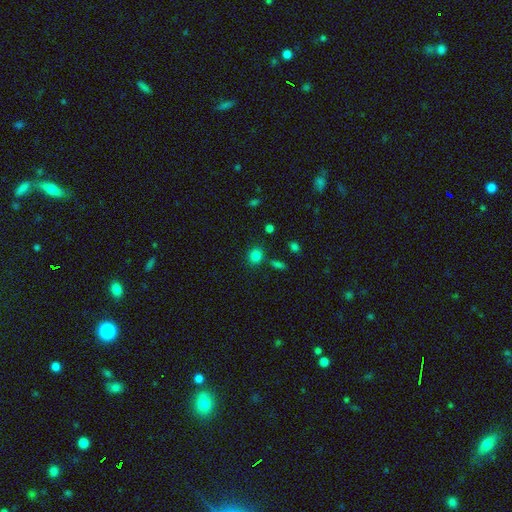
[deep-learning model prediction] Smooth or featured: smooth — 82% (star or artifact — 13%)
How rounded: round — 76% (in between — 23%)
Merging: none — 80% (minor disturbance — 11%)